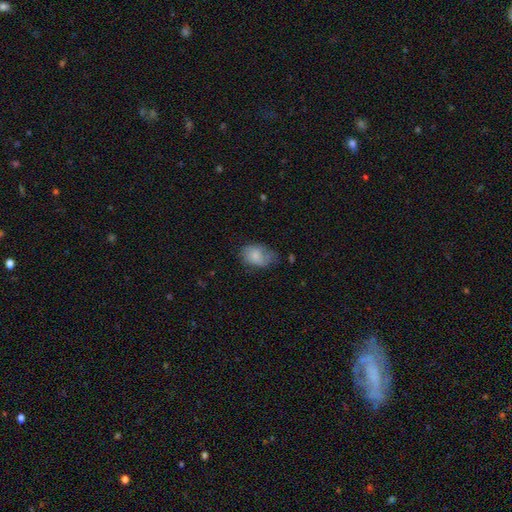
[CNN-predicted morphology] Overall: smooth (75%). How rounded: in between (81%). Merging: none (46%; minor disturbance 35%).